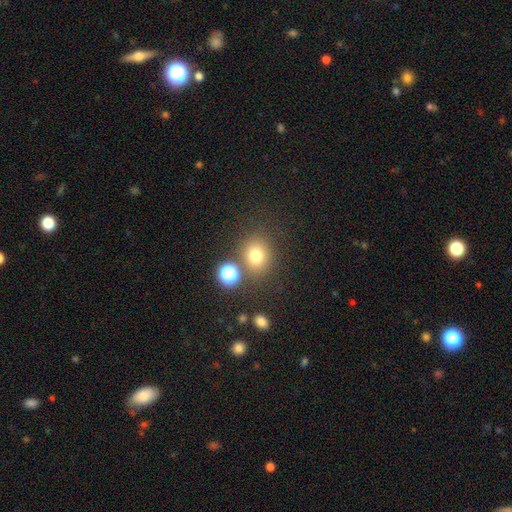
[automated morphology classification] Smooth or featured: smooth — 75% (star or artifact — 17%)
How rounded: round — 75% (in between — 24%)
Merging: none — 76% (minor disturbance — 10%)